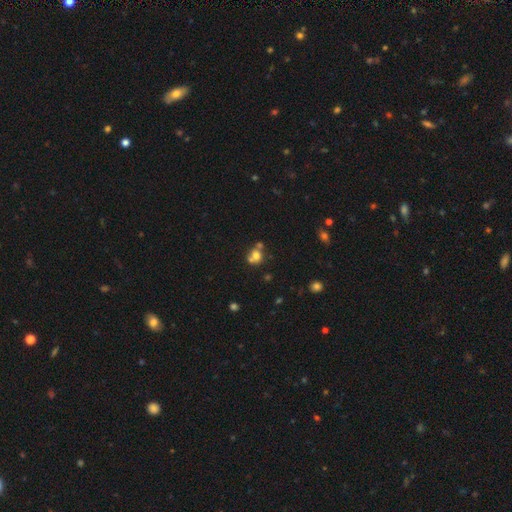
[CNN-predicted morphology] A smooth galaxy with no disk features (68%) that is round (71%). Merging: merger (44%).